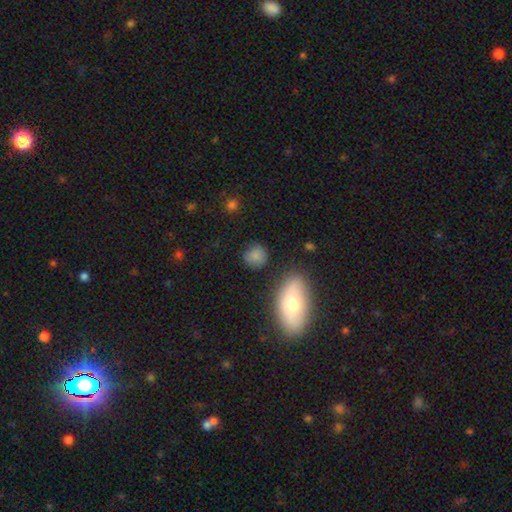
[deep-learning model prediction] This appears to be a smooth galaxy with no disk features (82%) that is round (79%). Merging: none (76%).